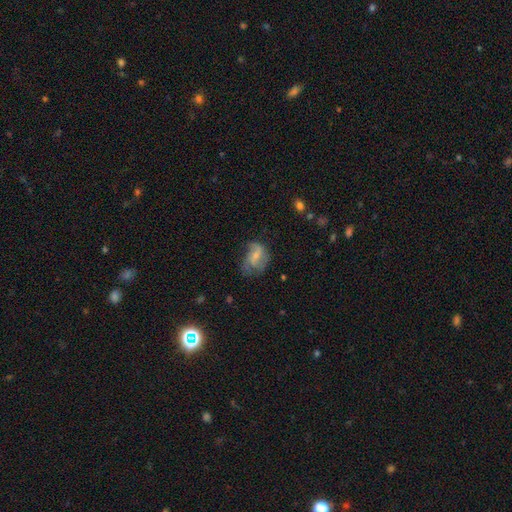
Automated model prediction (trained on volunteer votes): This is possibly a featured or disk galaxy (58%). It is clearly not viewed edge-on (97%). Bar: possibly no (46%). Spiral arm pattern: likely yes (79%). Central bulge: possibly small (56%). Merging: marginally none (42%).